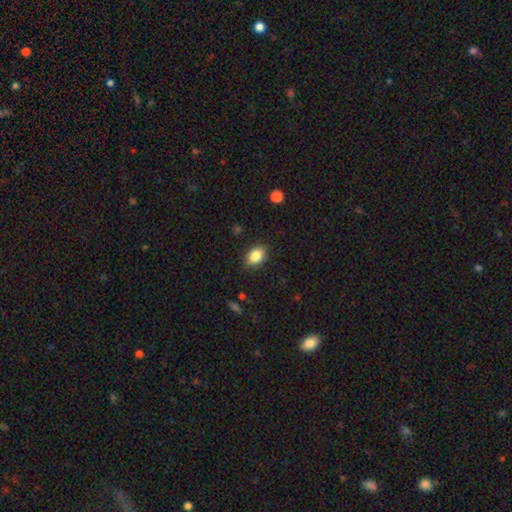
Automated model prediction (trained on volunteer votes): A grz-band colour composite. It shows a smooth galaxy with no disk features (84%) that is in between round and cigar-shaped (82%). Merging: none (87%).